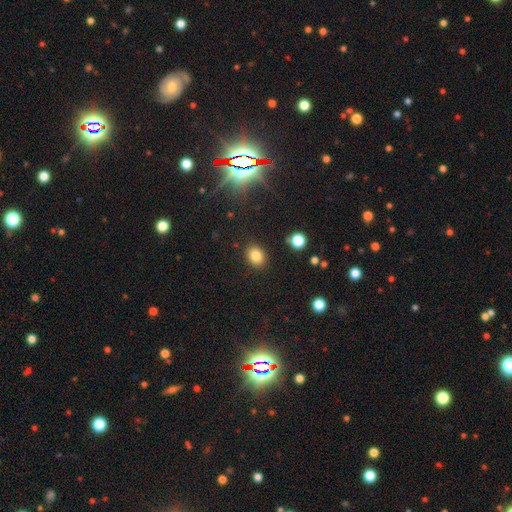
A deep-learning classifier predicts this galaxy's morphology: The model was most divided on "how rounded": round: 50%, in between: 49%, cigar-shaped: 1%. More confident: merging — none (88%); smooth or featured — smooth (82%).